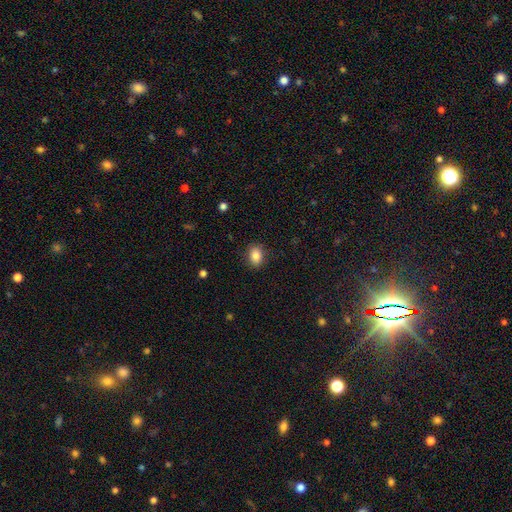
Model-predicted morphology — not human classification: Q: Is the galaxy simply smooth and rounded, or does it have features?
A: smooth — 85%.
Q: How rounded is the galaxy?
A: in between — 63%.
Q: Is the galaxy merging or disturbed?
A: none — 87%.